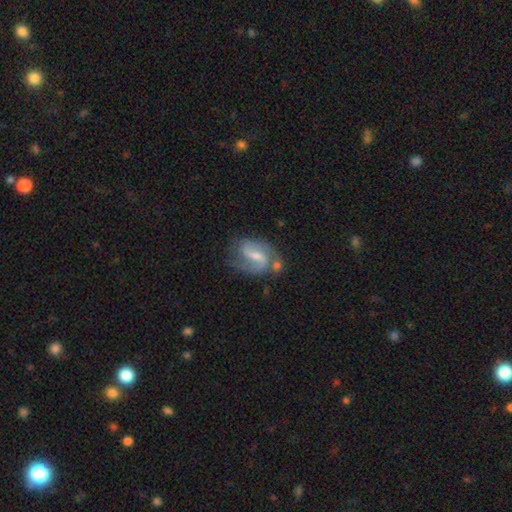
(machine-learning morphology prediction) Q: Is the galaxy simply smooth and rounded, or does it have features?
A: featured or disk — 83%.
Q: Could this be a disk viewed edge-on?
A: no — 97%.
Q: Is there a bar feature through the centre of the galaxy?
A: weak — 52%.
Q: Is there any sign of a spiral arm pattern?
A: yes — 95%.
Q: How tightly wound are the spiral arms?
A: medium — 54%.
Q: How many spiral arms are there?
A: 2 — 84%.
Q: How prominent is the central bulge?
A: small — 50%.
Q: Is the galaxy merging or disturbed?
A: none — 57%.